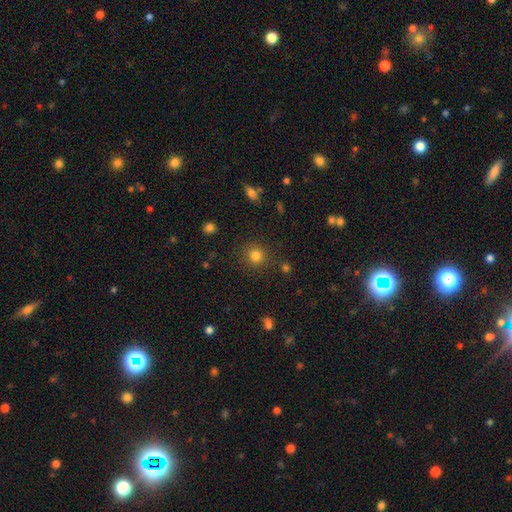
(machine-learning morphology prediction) type=smooth (81%); roundness=round (91%); merging=none (86%).